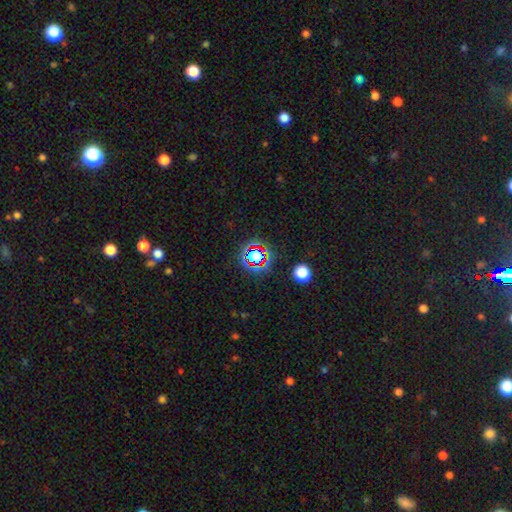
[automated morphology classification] Overall: star or artifact (68%).